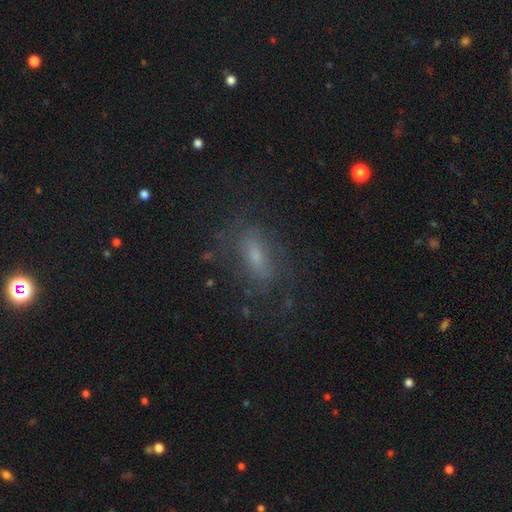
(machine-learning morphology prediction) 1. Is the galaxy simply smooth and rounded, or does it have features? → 46% featured or disk, 41% smooth, 13% star or artifact.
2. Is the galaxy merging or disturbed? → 66% none, 18% minor disturbance, 14% major disturbance, 2% merger.